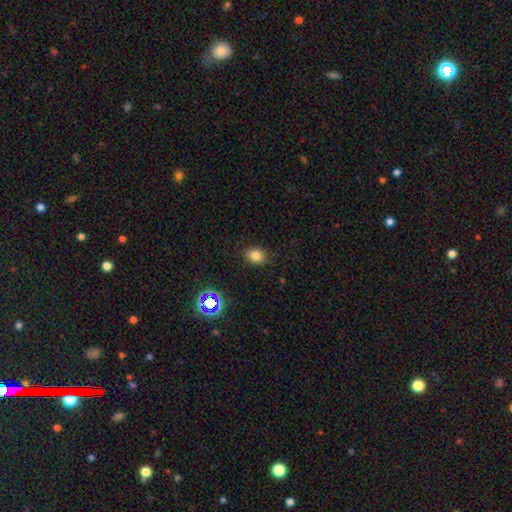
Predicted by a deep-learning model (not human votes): Morphology: type=smooth (79%); roundness=in between (51%); merging=none (84%).